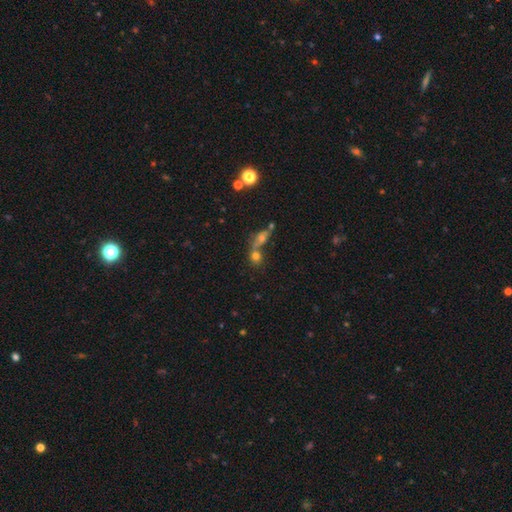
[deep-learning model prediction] Smooth or featured? smooth (51%)
How rounded? round (54%)
Merging? merger (60%)